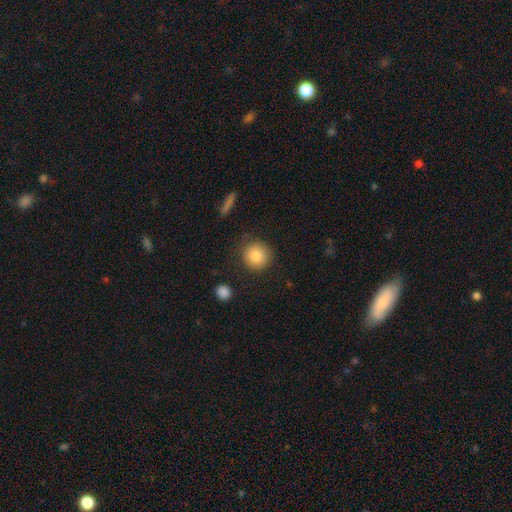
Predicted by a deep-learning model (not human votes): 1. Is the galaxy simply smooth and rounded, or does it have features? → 85% smooth, 9% star or artifact, 7% featured or disk.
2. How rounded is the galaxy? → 91% round, 8% in between, 1% cigar-shaped.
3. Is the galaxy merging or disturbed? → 86% none, 9% minor disturbance, 3% major disturbance, 2% merger.